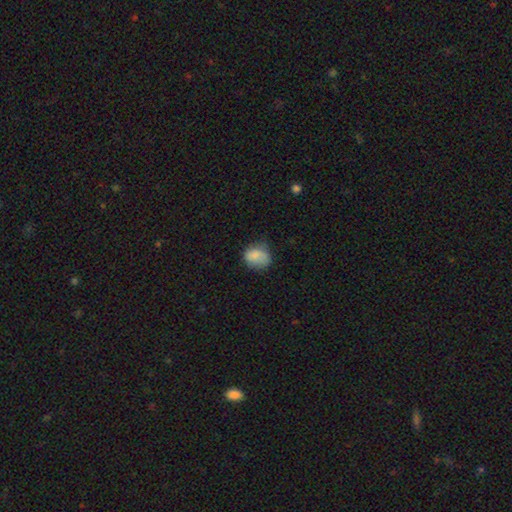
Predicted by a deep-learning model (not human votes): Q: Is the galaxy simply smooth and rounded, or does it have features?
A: smooth — 80%.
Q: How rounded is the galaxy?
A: round — 52%.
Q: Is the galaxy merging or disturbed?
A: none — 53%.